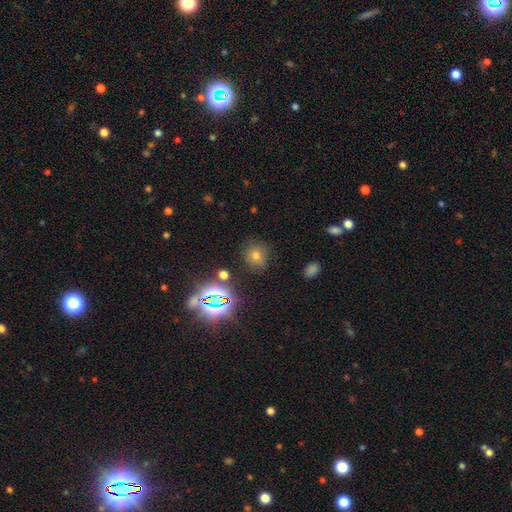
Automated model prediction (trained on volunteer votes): Q: Smooth or featured?
A: smooth (64%); runner-up: star or artifact (26%)
Q: How rounded?
A: round (82%); runner-up: in between (17%)
Q: Merging?
A: none (81%); runner-up: minor disturbance (11%)